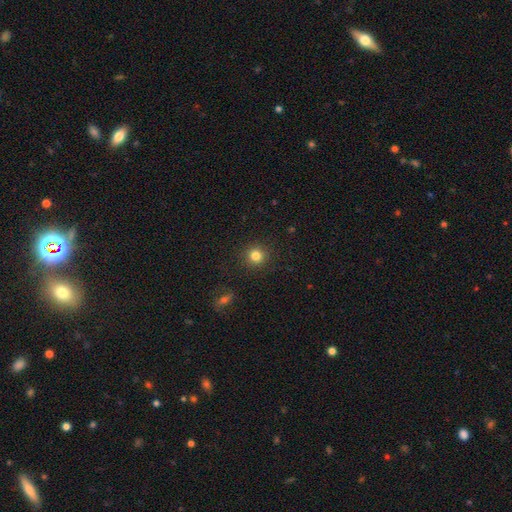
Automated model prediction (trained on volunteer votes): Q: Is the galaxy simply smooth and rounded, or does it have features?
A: smooth — 82%.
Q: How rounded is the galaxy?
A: round — 93%.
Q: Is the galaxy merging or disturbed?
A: none — 91%.